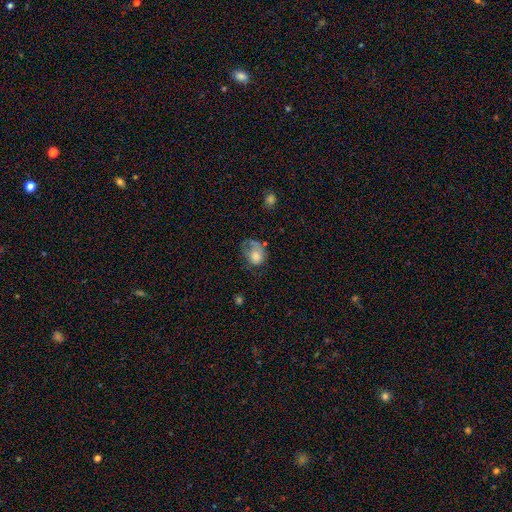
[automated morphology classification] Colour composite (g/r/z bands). It shows a smooth galaxy with no disk features (58%) that is round (50%). Merging: major disturbance (38%).